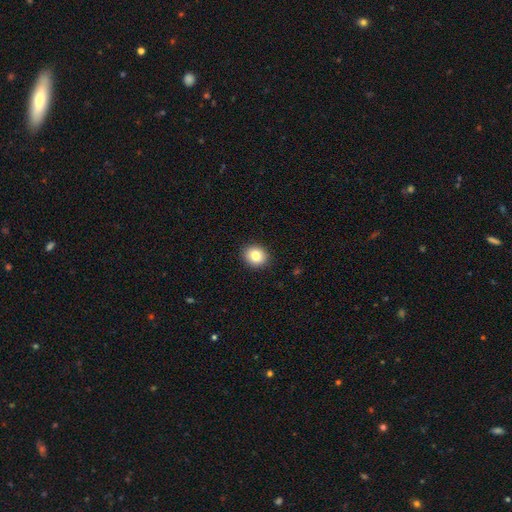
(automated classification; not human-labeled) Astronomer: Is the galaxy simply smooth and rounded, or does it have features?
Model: smooth — 82%.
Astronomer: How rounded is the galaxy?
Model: round — 70%.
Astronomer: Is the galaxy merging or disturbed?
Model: none — 91%.